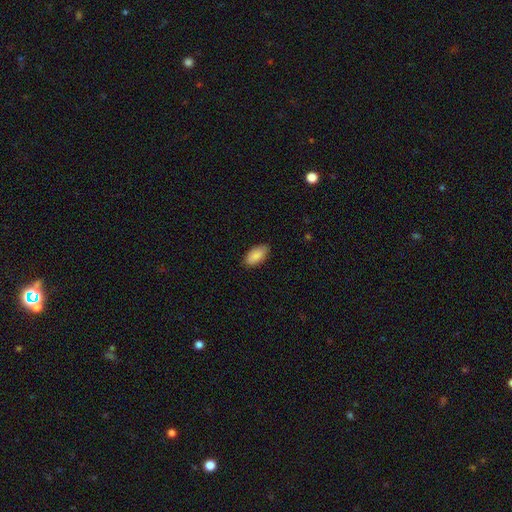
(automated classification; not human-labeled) The model was most divided on "merging": none: 84%, minor disturbance: 12%, major disturbance: 2%, merger: 1%. More confident: how rounded — in between (94%); smooth or featured — smooth (88%).